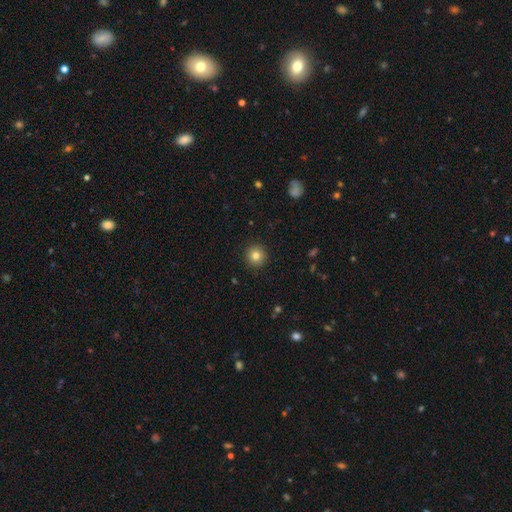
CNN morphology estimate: smooth_or_featured: smooth (p=0.82) [alt: star or artifact p=0.11]
how_rounded: round (p=0.95) [alt: in between p=0.04]
merging: none (p=0.92) [alt: minor disturbance p=0.05]